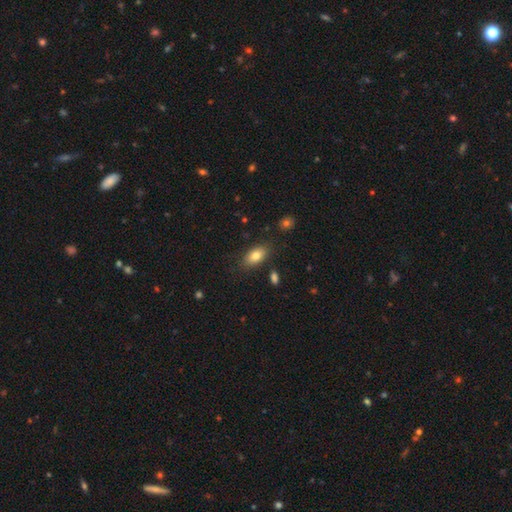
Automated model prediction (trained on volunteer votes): A smooth galaxy with no disk features (80%) that is in between round and cigar-shaped (90%).

Vote fractions:
- Smooth or featured? smooth: 80% / featured or disk: 12% / star or artifact: 8%
- How rounded? in between: 90% / round: 6% / cigar-shaped: 5%
- Merging? none: 81% / minor disturbance: 12% / major disturbance: 3% / merger: 3%